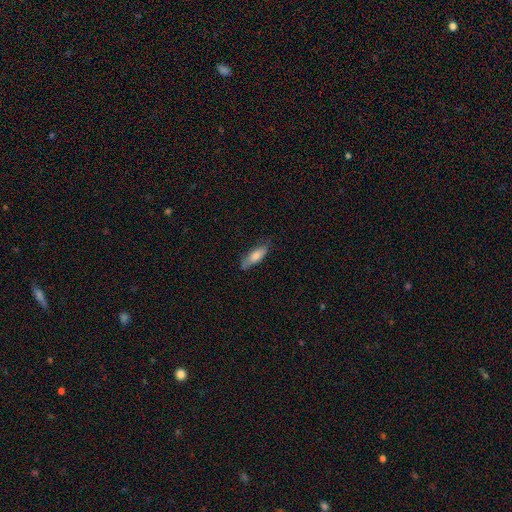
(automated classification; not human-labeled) This appears to be a smooth galaxy with no disk features (72%) that is in between round and cigar-shaped (52%). Merging: none (71%).